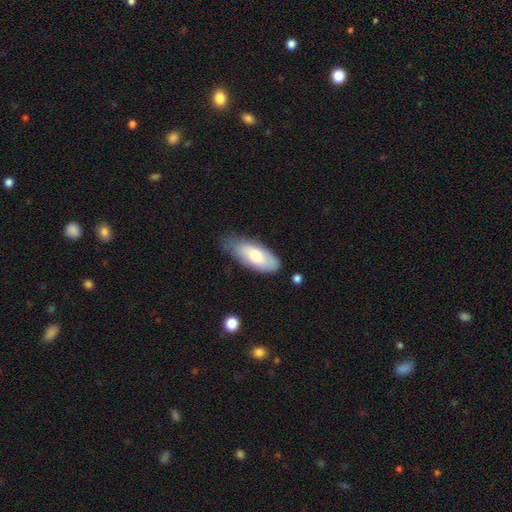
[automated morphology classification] A smooth galaxy with no disk features (71%) that is in between round and cigar-shaped (81%). Merging: none (58%).